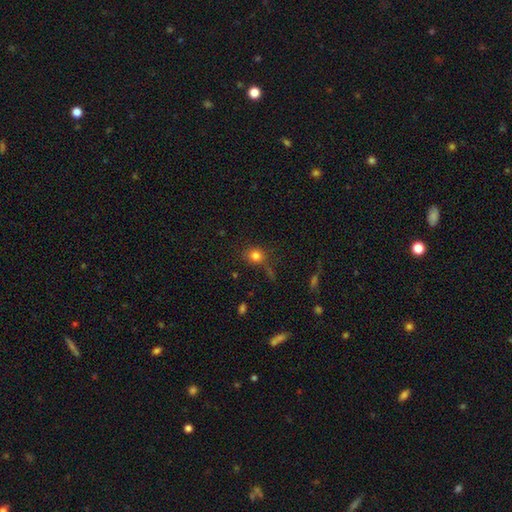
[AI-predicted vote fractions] Q: Smooth or featured?
A: smooth (80%); runner-up: star or artifact (14%)
Q: How rounded?
A: round (79%); runner-up: in between (19%)
Q: Merging?
A: none (72%); runner-up: minor disturbance (15%)